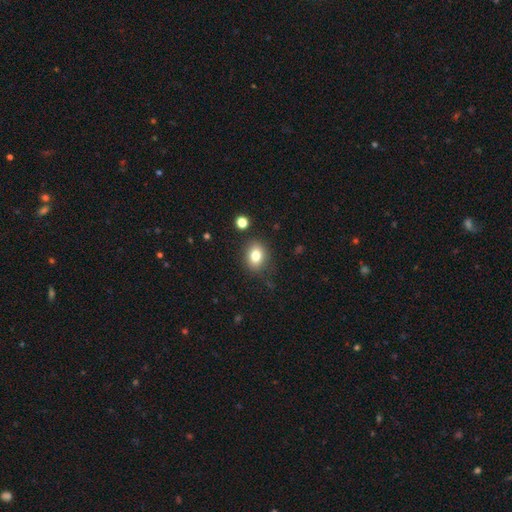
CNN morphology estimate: Overall: smooth (80%). How rounded: in between (52%; round 47%). Merging: none (83%).